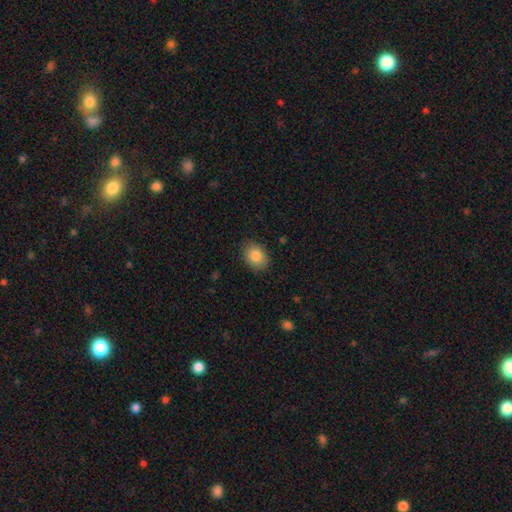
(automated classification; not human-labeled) Smooth or featured? smooth (85%)
How rounded? in between (62%)
Merging? none (85%)